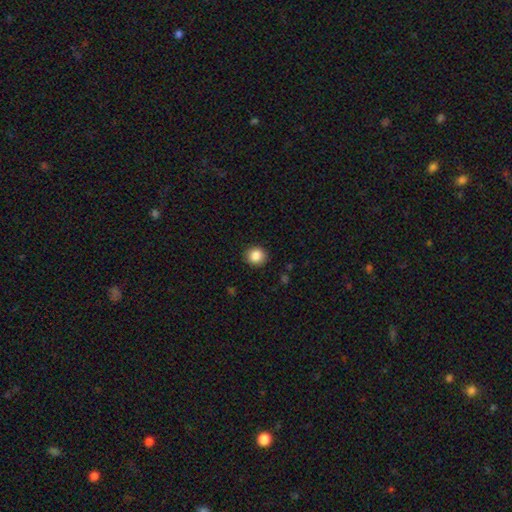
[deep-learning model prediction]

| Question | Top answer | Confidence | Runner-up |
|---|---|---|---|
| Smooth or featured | smooth | 86% | star or artifact (9%) |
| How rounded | round | 87% | in between (12%) |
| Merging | none | 90% | minor disturbance (7%) |